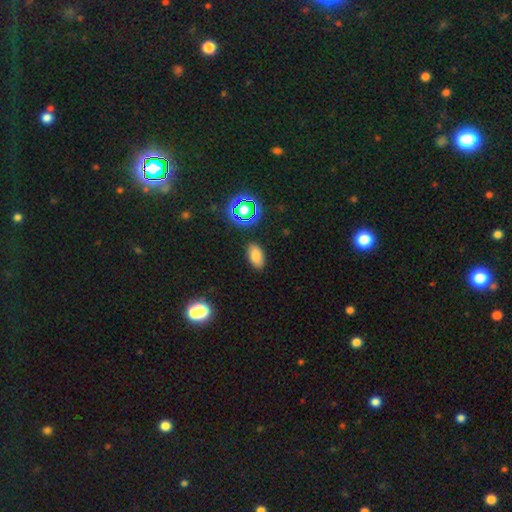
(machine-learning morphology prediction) This appears to be a smooth galaxy with no disk features (77%) that is in between round and cigar-shaped (91%). Merging: none (86%).